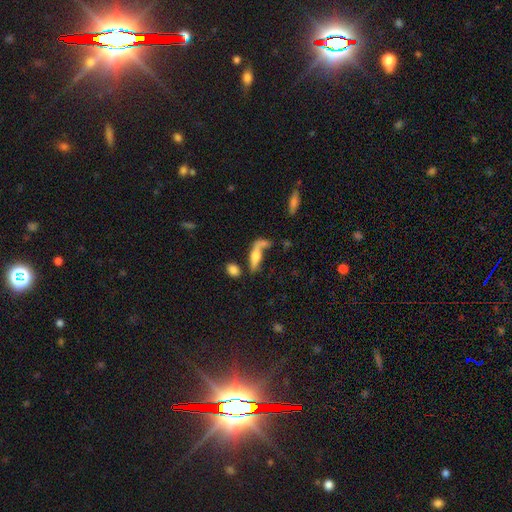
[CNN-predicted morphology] smooth_or_featured: smooth (p=0.52) [alt: featured or disk p=0.37]
how_rounded: cigar-shaped (p=0.53) [alt: in between p=0.42]
merging: none (p=0.36) [alt: merger p=0.26]